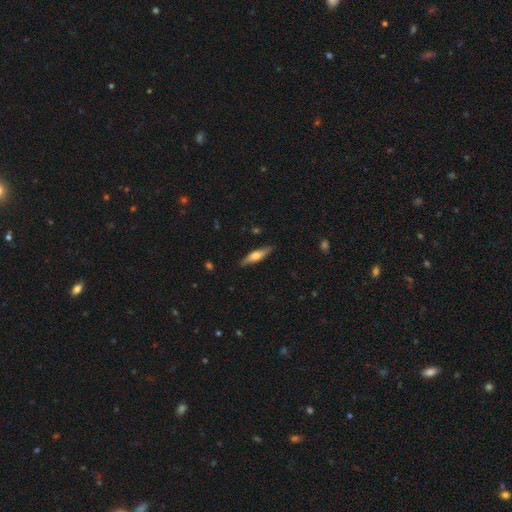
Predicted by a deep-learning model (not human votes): This is possibly a smooth galaxy (49%). Merging: clearly none (88%).